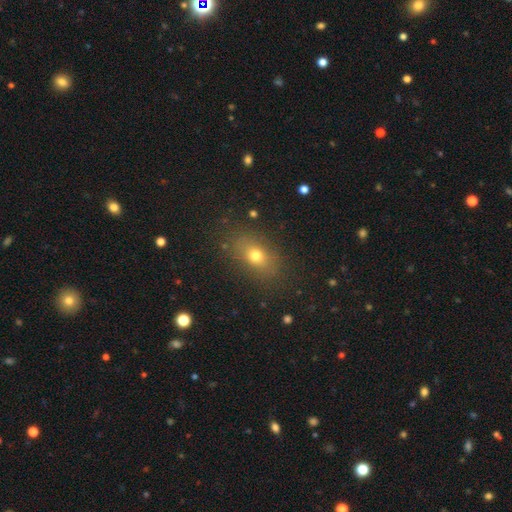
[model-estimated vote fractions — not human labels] Smooth or featured? Predicted: smooth (p=0.71). How rounded? Predicted: in between (p=0.72). Merging? Predicted: none (p=0.83).